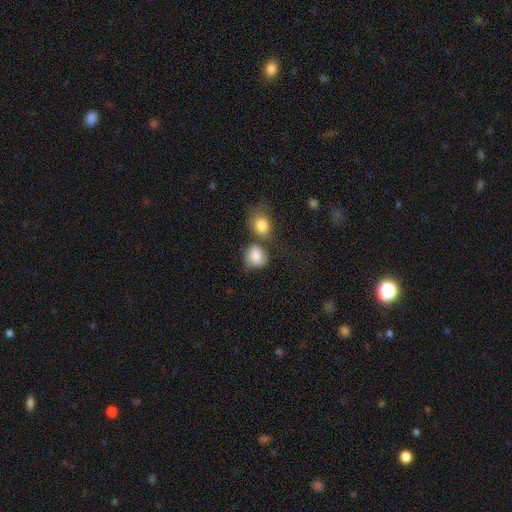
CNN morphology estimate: smooth-or-featured: smooth: 84% | featured or disk: 8% | star or artifact: 8%
  how-rounded: round: 62% | in between: 37% | cigar-shaped: 1%
  merging: none: 44% | merger: 32% | minor disturbance: 16% | major disturbance: 8%